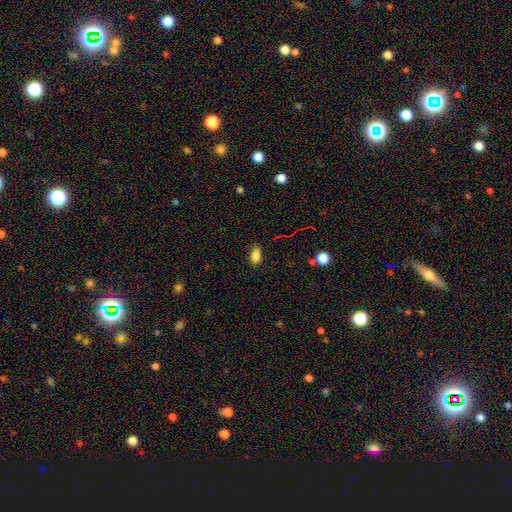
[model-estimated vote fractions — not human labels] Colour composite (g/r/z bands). It shows a smooth galaxy with no disk features (84%) that is in between round and cigar-shaped (89%). Merging: none (83%).